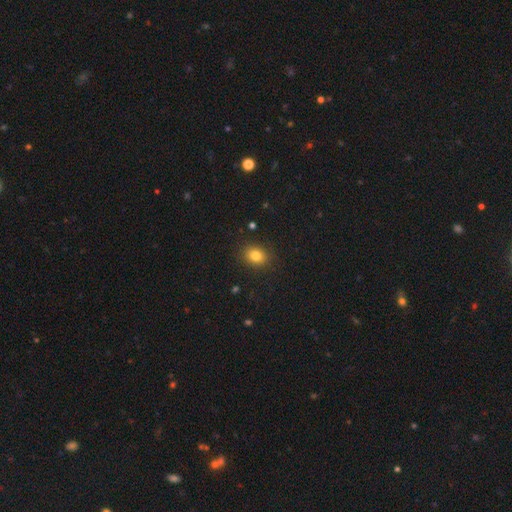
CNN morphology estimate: Smooth or featured? smooth (82%)
How rounded? in between (52%)
Merging? none (88%)